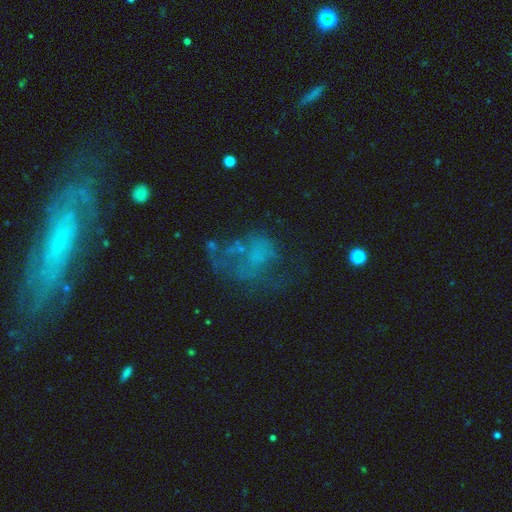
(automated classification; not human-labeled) This appears to be a featured or disk galaxy (48%). Merging: major disturbance (40%).